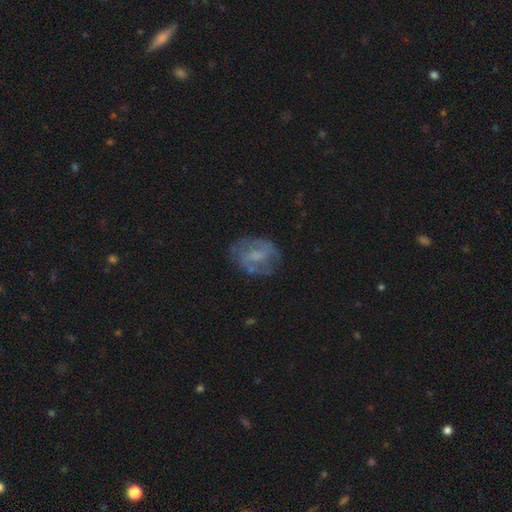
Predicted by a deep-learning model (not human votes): A featured or disk galaxy (60%) with no bar (47%), spiral arms (60%) and a moderate central bulge (33%). Merging: none (64%).